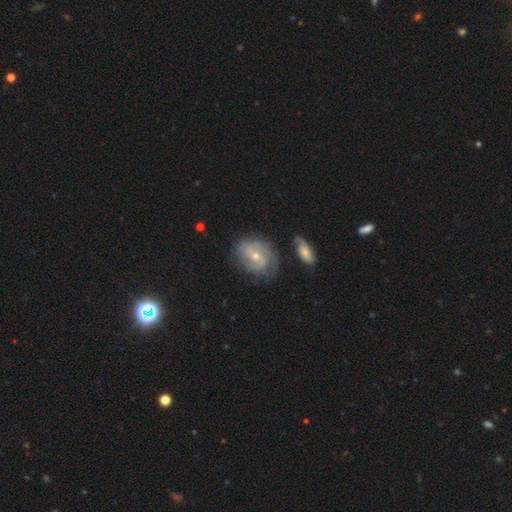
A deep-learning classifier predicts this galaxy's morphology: Q: Smooth or featured?
A: featured or disk (73%); runner-up: smooth (21%)
Q: Edge-on disk?
A: no (96%); runner-up: yes (4%)
Q: Bar?
A: no (54%); runner-up: weak (37%)
Q: Spiral arms?
A: yes (85%); runner-up: no (15%)
Q: Spiral winding?
A: tight (44%); runner-up: medium (38%)
Q: Spiral arm count?
A: 2 (39%); runner-up: can't tell (34%)
Q: Bulge size?
A: small (53%); runner-up: moderate (44%)
Q: Merging?
A: none (61%); runner-up: minor disturbance (24%)